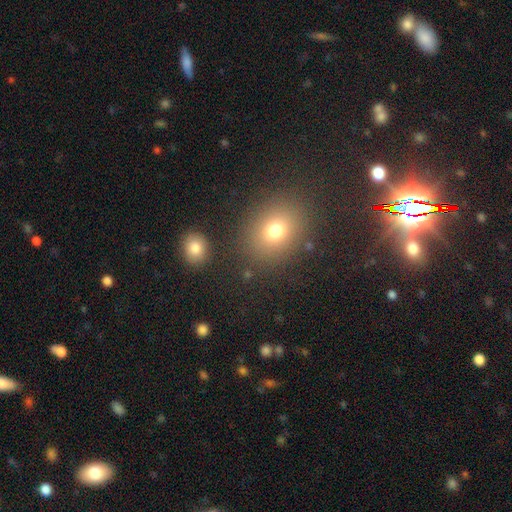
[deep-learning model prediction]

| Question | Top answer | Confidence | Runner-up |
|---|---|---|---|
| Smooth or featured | smooth | 52% | star or artifact (38%) |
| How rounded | round | 54% | in between (44%) |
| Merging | none | 86% | minor disturbance (7%) |